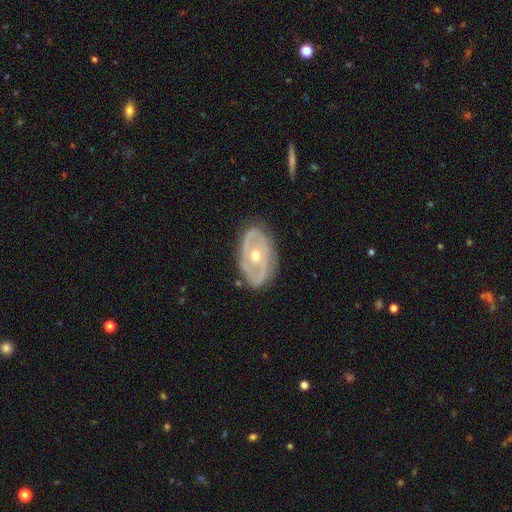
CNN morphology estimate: Smooth or featured? featured or disk (78%)
Edge-on disk? no (93%)
Bar? no (69%)
Spiral arms? yes (57%)
Bulge size? moderate (65%)
Merging? none (80%)